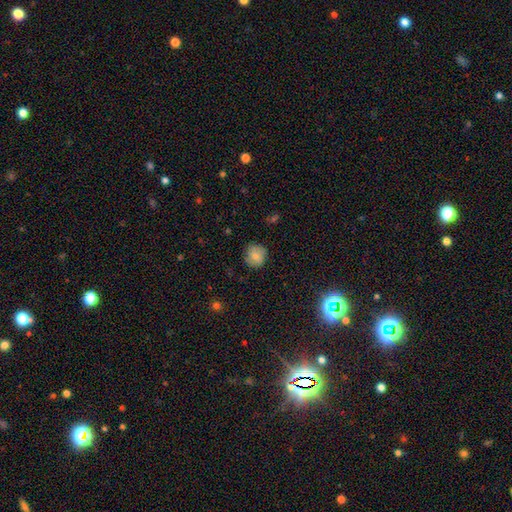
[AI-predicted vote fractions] Smooth or featured? Predicted: smooth (p=0.78). How rounded? Predicted: round (p=0.86). Merging? Predicted: none (p=0.82).